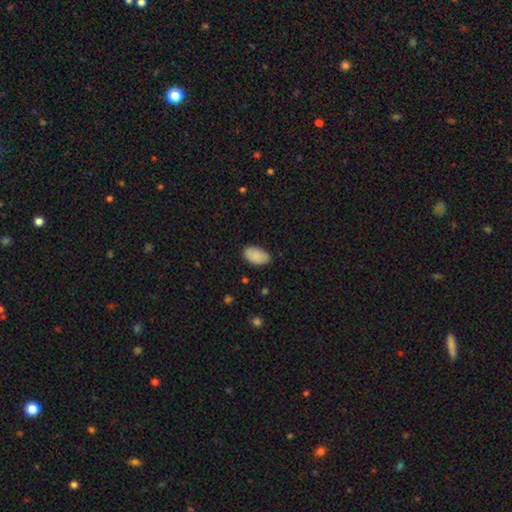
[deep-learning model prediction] Smooth or featured?
  - smooth: 89% *
  - star or artifact: 6%
  - featured or disk: 5%
How rounded?
  - in between: 95% *
  - round: 4%
  - cigar-shaped: 1%
Merging?
  - none: 83% *
  - minor disturbance: 14%
  - major disturbance: 2%
  - merger: 1%